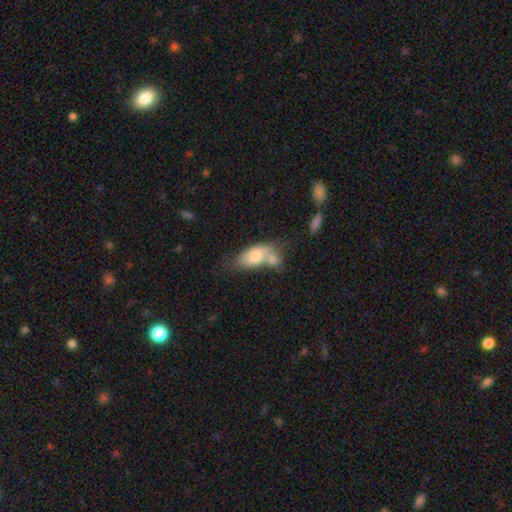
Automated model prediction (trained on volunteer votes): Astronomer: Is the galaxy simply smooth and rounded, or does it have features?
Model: smooth — 72%.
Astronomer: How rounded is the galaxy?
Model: in between — 88%.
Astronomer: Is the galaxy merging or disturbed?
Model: merger — 51% (runner-up: none, 26%).